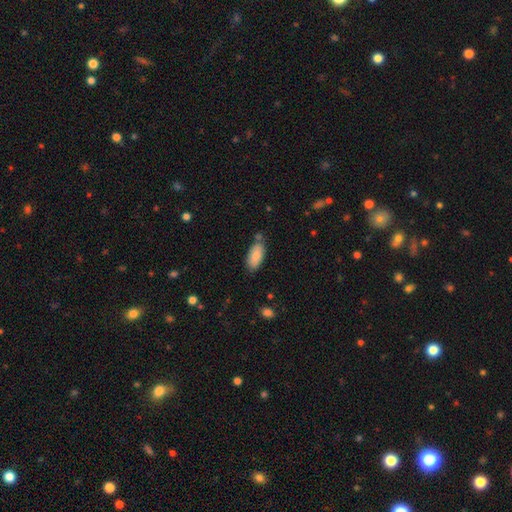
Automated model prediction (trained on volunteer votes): A smooth galaxy with no disk features (83%) that is in between round and cigar-shaped (91%).

Vote fractions:
- Smooth or featured? smooth: 83% / featured or disk: 10% / star or artifact: 6%
- How rounded? in between: 91% / cigar-shaped: 7% / round: 2%
- Merging? none: 72% / minor disturbance: 17% / merger: 8% / major disturbance: 3%